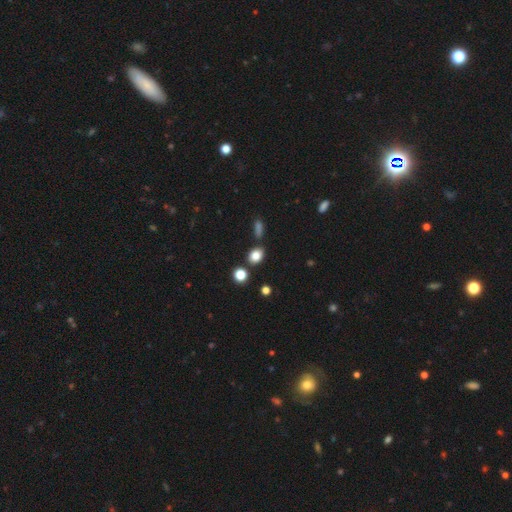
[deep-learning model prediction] Smooth or featured? smooth (82%)
How rounded? in between (56%)
Merging? none (78%)